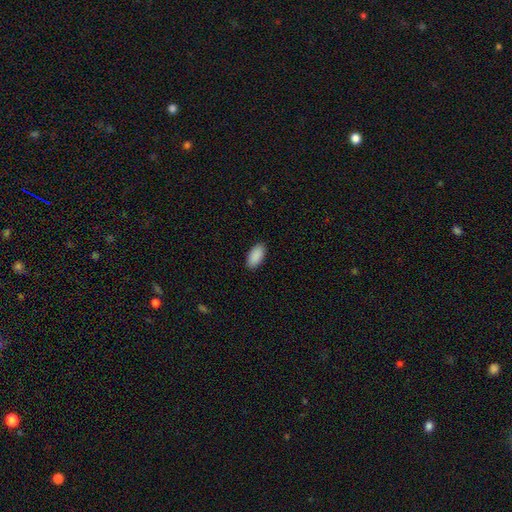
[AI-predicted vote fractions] smooth-or-featured: smooth: 91% | star or artifact: 6% | featured or disk: 3%
  how-rounded: in between: 94% | cigar-shaped: 4% | round: 2%
  merging: none: 90% | minor disturbance: 7% | major disturbance: 2% | merger: 1%